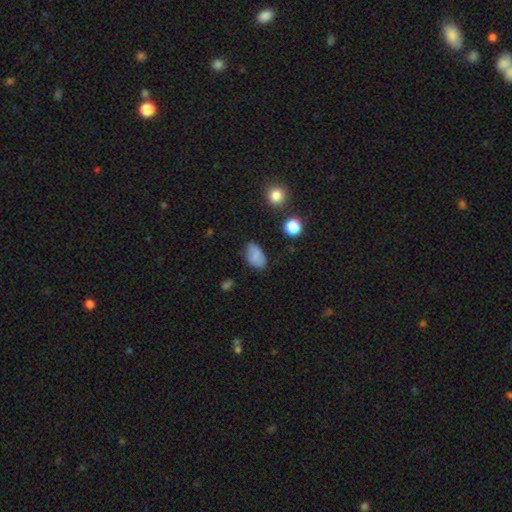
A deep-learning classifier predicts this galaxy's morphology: This is clearly a smooth galaxy (82%). How rounded: clearly in between (90%). Merging: likely none (74%).